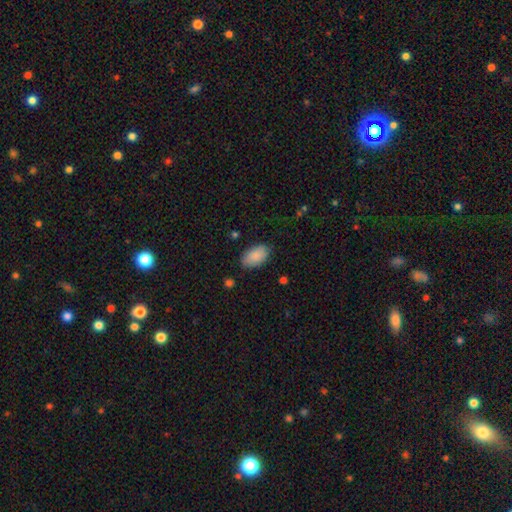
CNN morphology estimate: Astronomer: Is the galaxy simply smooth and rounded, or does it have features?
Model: smooth — 88%.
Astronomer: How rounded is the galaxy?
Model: in between — 95%.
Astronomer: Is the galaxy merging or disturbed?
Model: none — 84%.